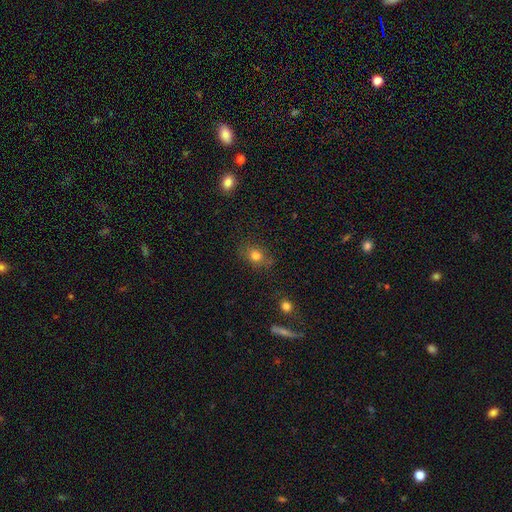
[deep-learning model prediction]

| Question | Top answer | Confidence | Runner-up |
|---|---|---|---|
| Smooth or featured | smooth | 78% | star or artifact (14%) |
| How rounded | round | 53% | in between (45%) |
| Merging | none | 79% | minor disturbance (15%) |